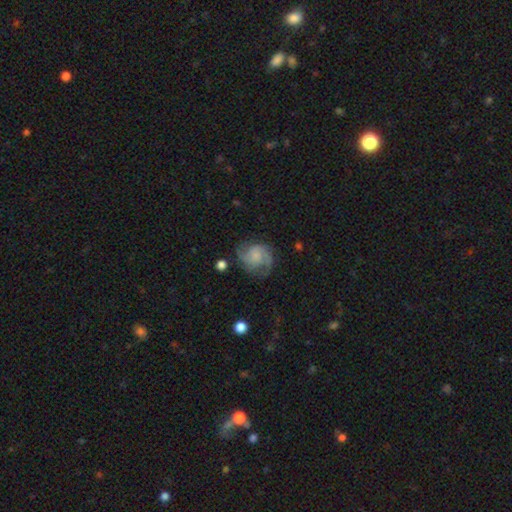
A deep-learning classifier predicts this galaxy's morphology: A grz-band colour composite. It shows a featured or disk galaxy (71%) with no bar (68%), 2 (57%) medium (50%) spiral arms (93%) and a small central bulge (45%). Merging: none (66%).